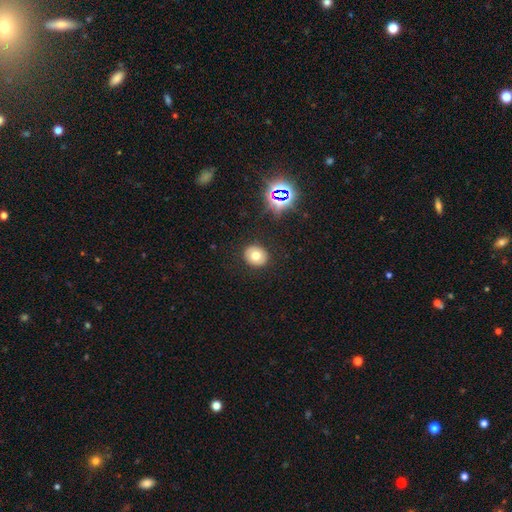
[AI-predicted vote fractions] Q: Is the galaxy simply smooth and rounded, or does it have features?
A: smooth — 70%.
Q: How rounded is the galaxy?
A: round — 69%.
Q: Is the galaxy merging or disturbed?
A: none — 88%.